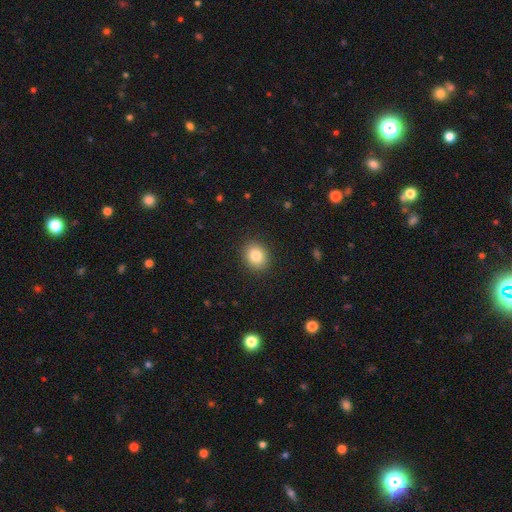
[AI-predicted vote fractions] smooth 84%, star or artifact 9%, featured or disk 7%. Down the decision tree: how rounded — round (65%); merging — none (90%).